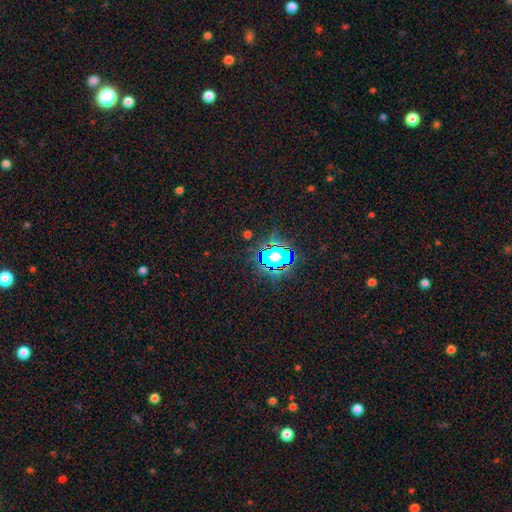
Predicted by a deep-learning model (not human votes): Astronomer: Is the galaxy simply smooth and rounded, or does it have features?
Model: star or artifact — 82%.